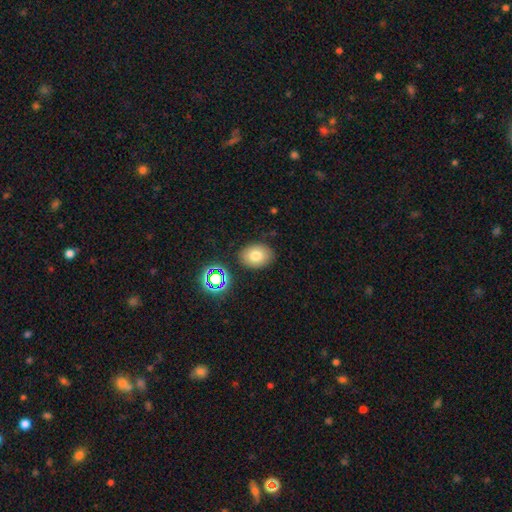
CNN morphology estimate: Q: Smooth or featured?
A: smooth (75%); runner-up: star or artifact (13%)
Q: How rounded?
A: in between (68%); runner-up: round (31%)
Q: Merging?
A: none (84%); runner-up: minor disturbance (10%)